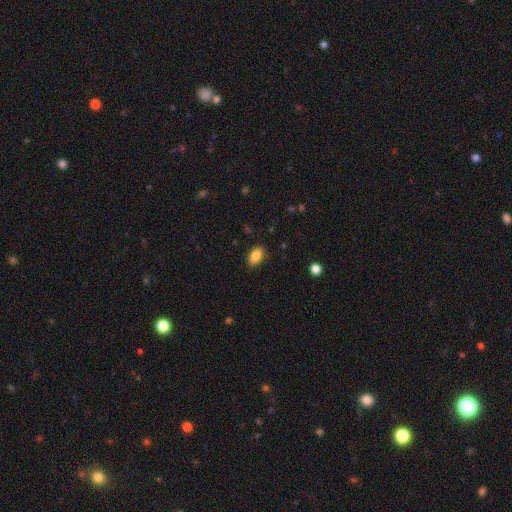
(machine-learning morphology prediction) A smooth galaxy with no disk features (86%) that is in between round and cigar-shaped (89%).

Vote fractions:
- Smooth or featured? smooth: 86% / star or artifact: 8% / featured or disk: 5%
- How rounded? in between: 89% / round: 10% / cigar-shaped: 2%
- Merging? none: 86% / minor disturbance: 11% / major disturbance: 2% / merger: 1%